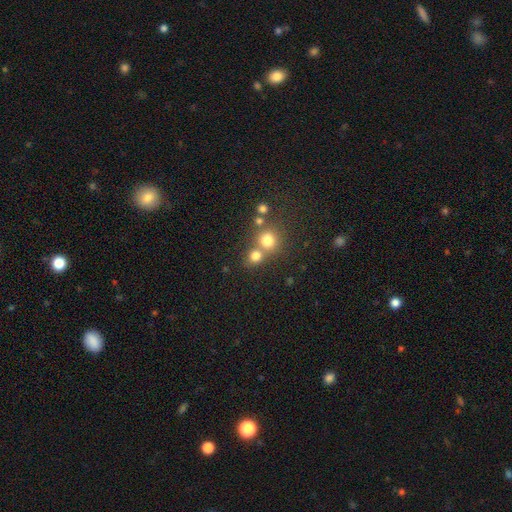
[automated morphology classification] The model was most divided on "merging": none: 51%, merger: 39%, minor disturbance: 7%, major disturbance: 3%. More confident: how rounded — round (83%); smooth or featured — smooth (76%).